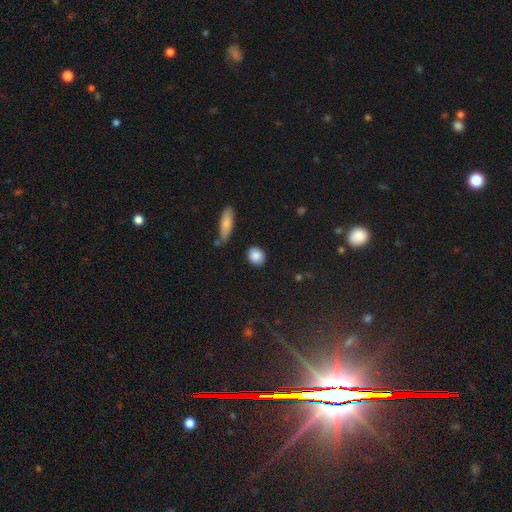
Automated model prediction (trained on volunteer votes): The model was most divided on "how rounded": round: 69%, in between: 28%, cigar-shaped: 3%. More confident: smooth or featured — smooth (87%); merging — none (86%).